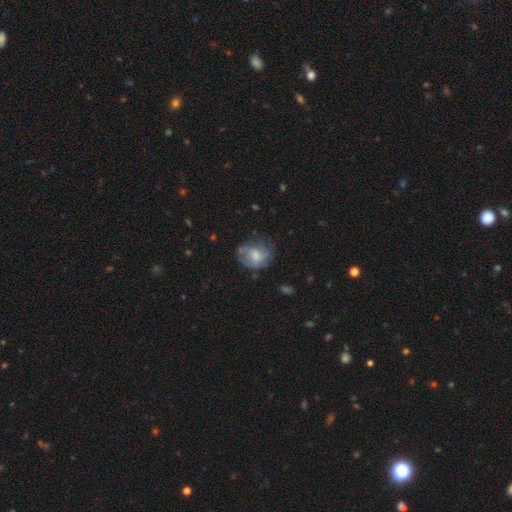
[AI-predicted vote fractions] Smooth or featured: smooth — 51% (featured or disk — 41%)
How rounded: round — 53% (in between — 46%)
Merging: none — 49% (minor disturbance — 28%)